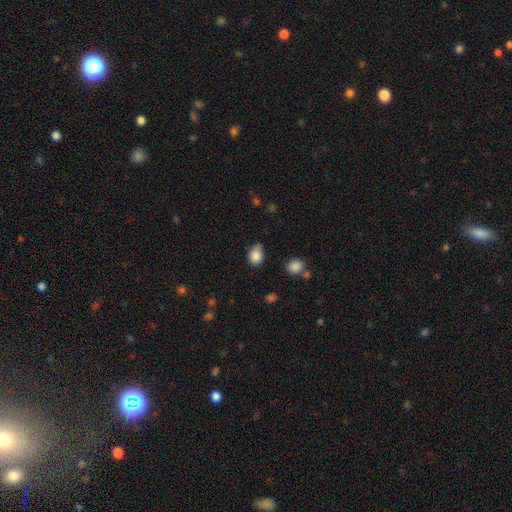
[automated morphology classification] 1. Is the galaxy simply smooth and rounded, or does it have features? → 84% smooth, 9% star or artifact, 7% featured or disk.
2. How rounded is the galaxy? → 59% in between, 39% round, 1% cigar-shaped.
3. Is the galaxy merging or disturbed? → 57% none, 34% minor disturbance, 6% major disturbance, 3% merger.